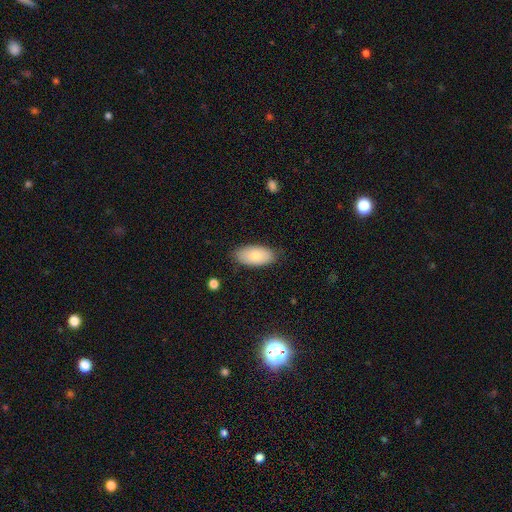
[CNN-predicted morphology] type=smooth (76%); roundness=in between (94%); merging=none (82%).